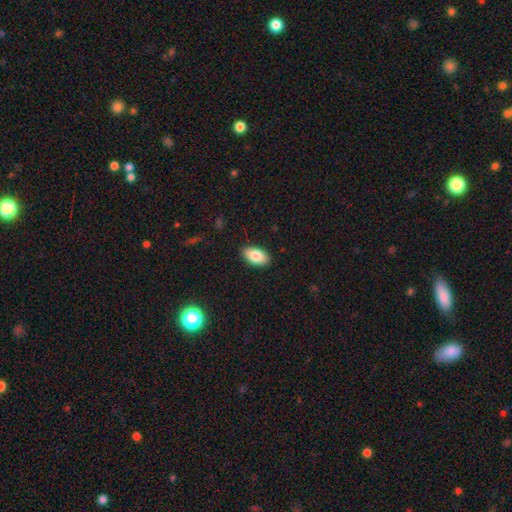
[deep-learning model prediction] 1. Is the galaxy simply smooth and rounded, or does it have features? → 83% smooth, 10% featured or disk, 7% star or artifact.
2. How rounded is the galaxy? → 94% in between, 4% round, 2% cigar-shaped.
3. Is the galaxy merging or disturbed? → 88% none, 9% minor disturbance, 2% major disturbance, 1% merger.